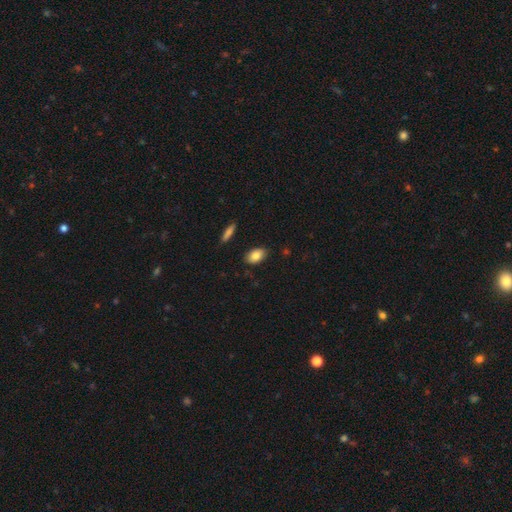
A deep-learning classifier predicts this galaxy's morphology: Smooth or featured?
  - smooth: 84% *
  - featured or disk: 9%
  - star or artifact: 7%
How rounded?
  - in between: 90% *
  - round: 7%
  - cigar-shaped: 2%
Merging?
  - none: 85% *
  - minor disturbance: 11%
  - major disturbance: 2%
  - merger: 2%